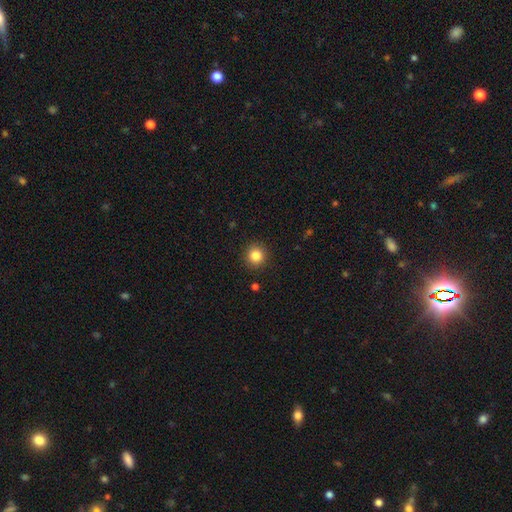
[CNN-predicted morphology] A smooth galaxy with no disk features (85%) that is round (92%).

Vote fractions:
- Smooth or featured? smooth: 85% / star or artifact: 10% / featured or disk: 5%
- How rounded? round: 92% / in between: 7% / cigar-shaped: 1%
- Merging? none: 91% / minor disturbance: 6% / major disturbance: 2% / merger: 1%